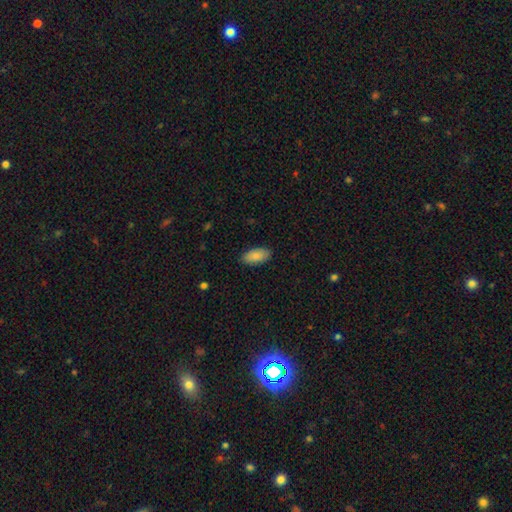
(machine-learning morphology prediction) Smooth or featured? Predicted: smooth (p=0.87). How rounded? Predicted: in between (p=0.93). Merging? Predicted: none (p=0.88).